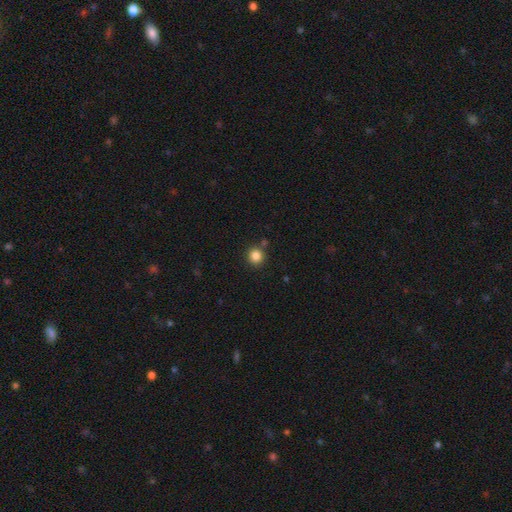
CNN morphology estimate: type=smooth (85%); roundness=round (93%); merging=none (85%).